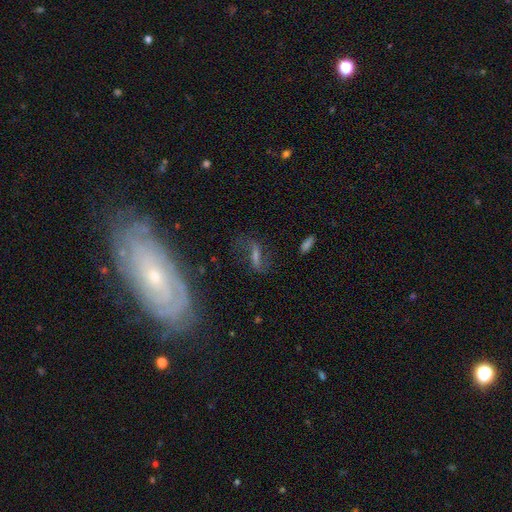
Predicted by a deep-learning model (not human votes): Overall: featured or disk (59%; smooth 27%). Edge-on disk: no (85%). Merging: none (63%).